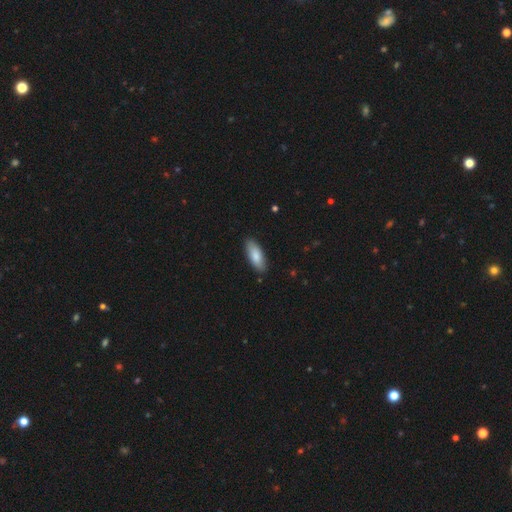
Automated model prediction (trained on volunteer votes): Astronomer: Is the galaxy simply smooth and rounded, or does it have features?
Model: smooth — 82%.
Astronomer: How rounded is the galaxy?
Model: in between — 77%.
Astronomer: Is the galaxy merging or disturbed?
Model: none — 87%.